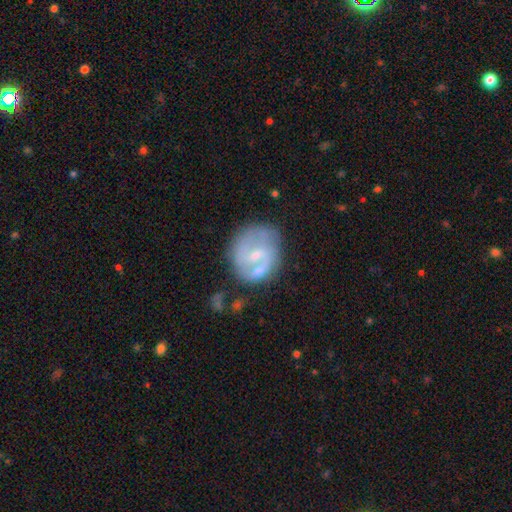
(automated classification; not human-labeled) A featured or disk galaxy (67%) with a weak bar (53%), spiral arms (74%) and a small central bulge (54%).

Vote fractions:
- Smooth or featured? featured or disk: 67% / smooth: 26% / star or artifact: 7%
- Edge-on disk? no: 98% / yes: 2%
- Bar? weak: 53% / no: 32% / strong: 15%
- Spiral arms? yes: 74% / no: 26%
- Bulge size? small: 54% / moderate: 35% / none: 8% / large: 2% / dominant: 1%
- Merging? none: 54% / minor disturbance: 23% / major disturbance: 13% / merger: 9%